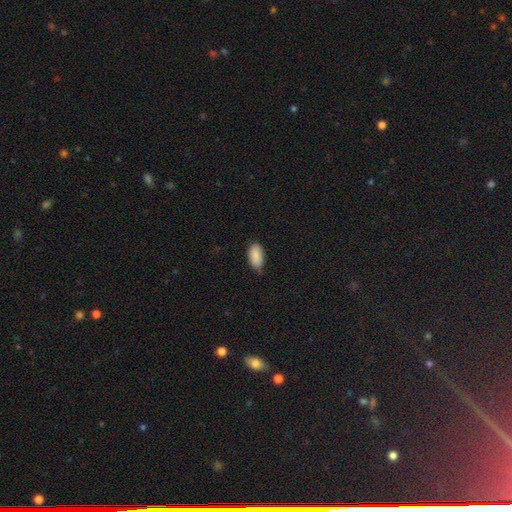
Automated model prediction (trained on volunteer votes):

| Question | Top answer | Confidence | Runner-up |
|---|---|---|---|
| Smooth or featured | smooth | 88% | star or artifact (7%) |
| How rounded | in between | 94% | cigar-shaped (4%) |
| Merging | none | 66% | minor disturbance (29%) |